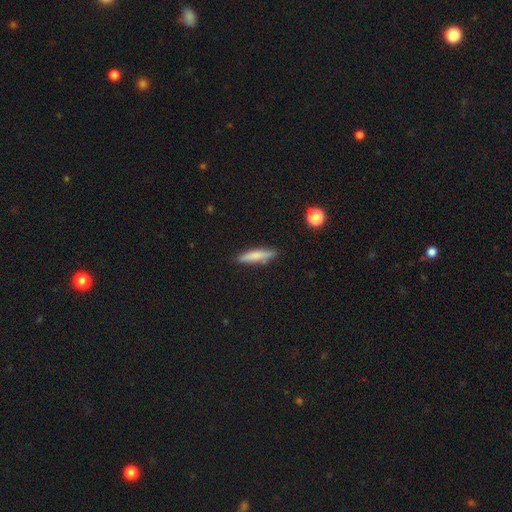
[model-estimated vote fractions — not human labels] This appears to be a smooth galaxy with no disk features (71%) that is cigar-shaped (82%). Merging: none (84%).